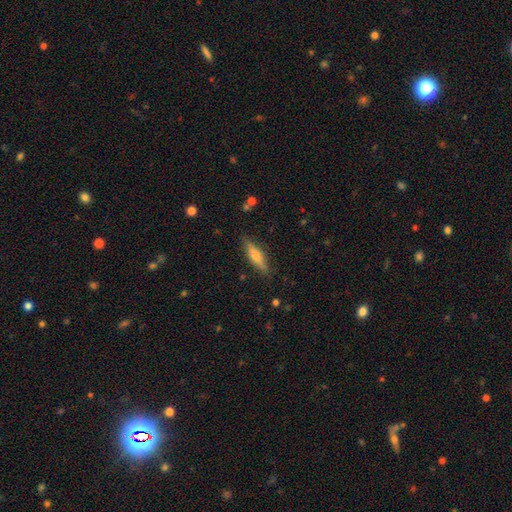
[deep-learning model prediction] Smooth or featured? smooth (61%)
How rounded? cigar-shaped (73%)
Merging? none (86%)